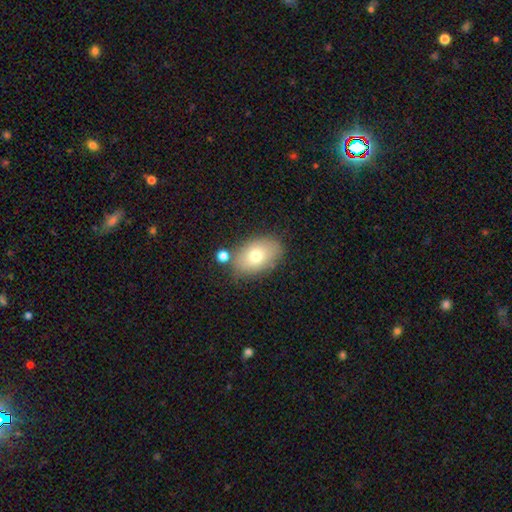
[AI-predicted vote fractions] Smooth or featured?
  - smooth: 73% *
  - featured or disk: 17%
  - star or artifact: 10%
How rounded?
  - in between: 85% *
  - round: 14%
  - cigar-shaped: 1%
Merging?
  - none: 75% *
  - minor disturbance: 13%
  - merger: 7%
  - major disturbance: 4%